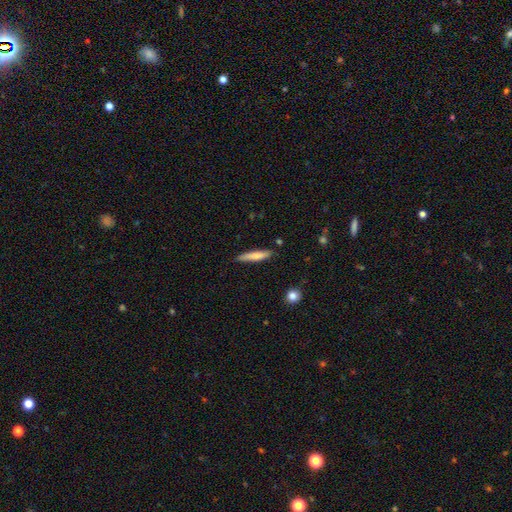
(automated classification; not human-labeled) Smooth or featured? Predicted: smooth (p=0.76). How rounded? Predicted: cigar-shaped (p=0.89). Merging? Predicted: none (p=0.83).